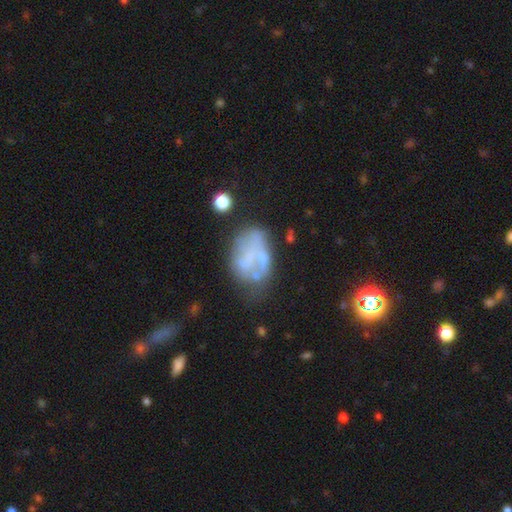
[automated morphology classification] smooth-or-featured: featured or disk: 55% | smooth: 31% | star or artifact: 13%
  disk-edge-on: no: 97% | yes: 3%
    bar: no: 83% | weak: 12% | strong: 5%
    has-spiral-arms: no: 85% | yes: 15%
    bulge-size: none: 61% | small: 23% | moderate: 13% | large: 2% | dominant: 1%
  merging: none: 38% | minor disturbance: 24% | major disturbance: 20% | merger: 18%